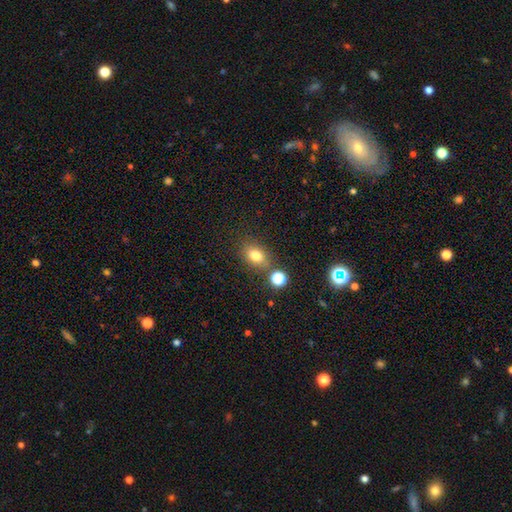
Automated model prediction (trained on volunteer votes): This appears to be a smooth galaxy with no disk features (78%) that is in between round and cigar-shaped (68%). Merging: none (72%).